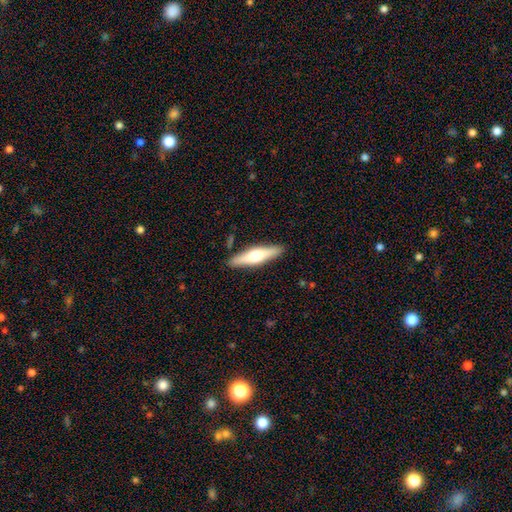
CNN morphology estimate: This is possibly a featured or disk galaxy (48%). Merging: clearly none (88%).